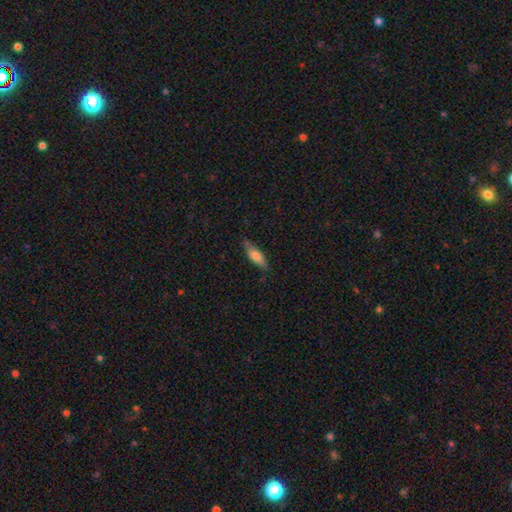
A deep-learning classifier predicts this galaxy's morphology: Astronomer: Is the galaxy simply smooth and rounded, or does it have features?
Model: smooth — 72%.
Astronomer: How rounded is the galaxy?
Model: in between — 56% (runner-up: cigar-shaped, 42%).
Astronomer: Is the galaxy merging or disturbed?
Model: none — 75%.